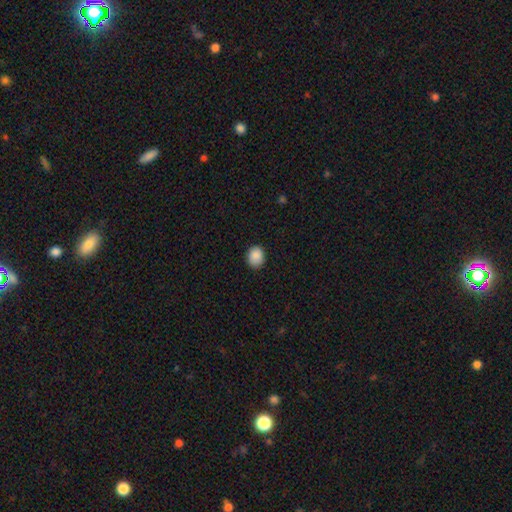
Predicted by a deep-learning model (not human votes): A smooth galaxy with no disk features (89%) that is round (60%).

Vote fractions:
- Smooth or featured? smooth: 89% / star or artifact: 8% / featured or disk: 3%
- How rounded? round: 60% / in between: 40% / cigar-shaped: 1%
- Merging? none: 85% / minor disturbance: 11% / major disturbance: 2% / merger: 1%